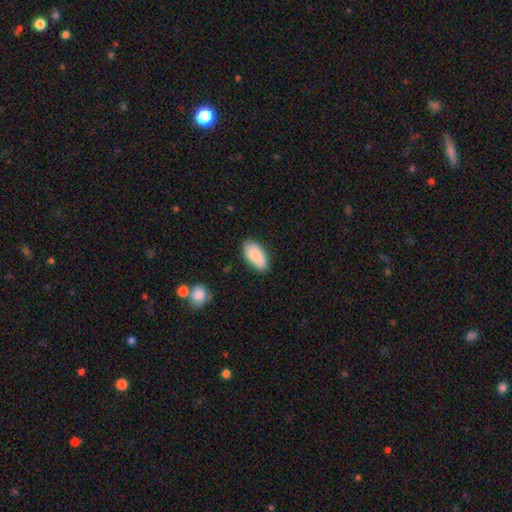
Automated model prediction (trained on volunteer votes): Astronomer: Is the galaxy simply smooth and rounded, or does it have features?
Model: smooth — 88%.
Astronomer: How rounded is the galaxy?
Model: in between — 92%.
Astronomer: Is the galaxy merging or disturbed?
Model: none — 79%.